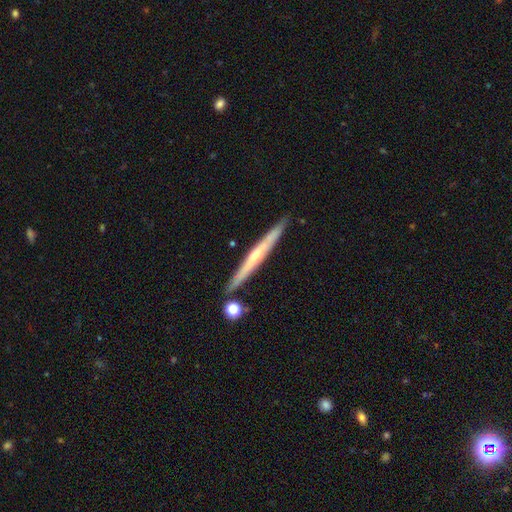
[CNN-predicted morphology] Overall: featured or disk (62%; smooth 32%). Edge-on disk: yes (96%). Edge-on bulge: none (51%; rounded 43%). Merging: none (85%).